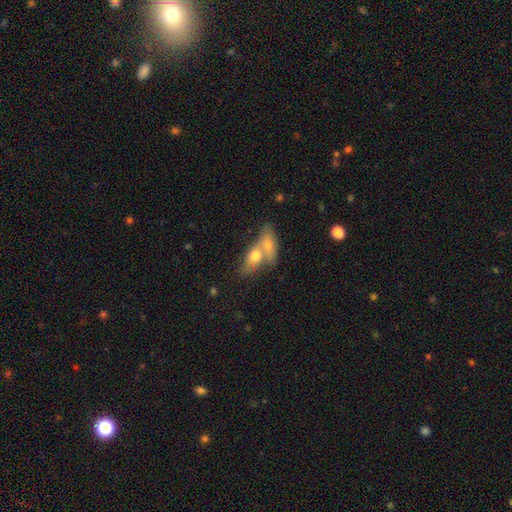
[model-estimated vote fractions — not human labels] Smooth or featured? Predicted: smooth (p=0.67). How rounded? Predicted: in between (p=0.75). Merging? Predicted: merger (p=0.66).